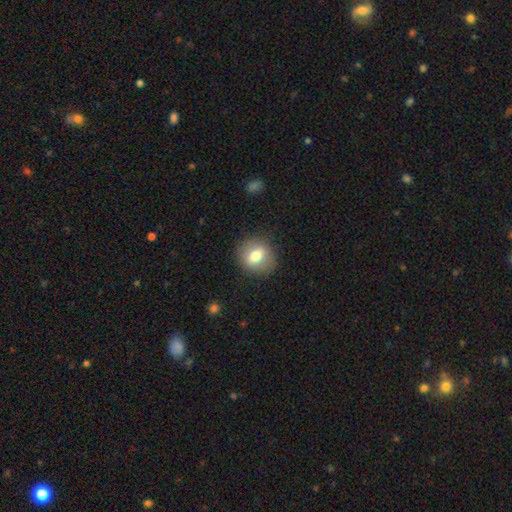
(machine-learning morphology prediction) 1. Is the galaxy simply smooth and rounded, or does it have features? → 71% smooth, 20% featured or disk, 9% star or artifact.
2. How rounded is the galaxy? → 72% round, 27% in between, 1% cigar-shaped.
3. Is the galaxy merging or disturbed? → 86% none, 10% minor disturbance, 3% major disturbance, 1% merger.